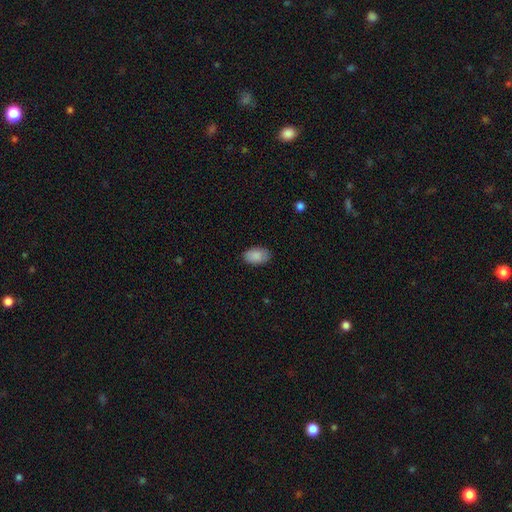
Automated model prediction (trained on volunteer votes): smooth_or_featured: smooth (p=0.89) [alt: star or artifact p=0.07]
how_rounded: in between (p=0.92) [alt: round p=0.06]
merging: none (p=0.85) [alt: minor disturbance p=0.12]